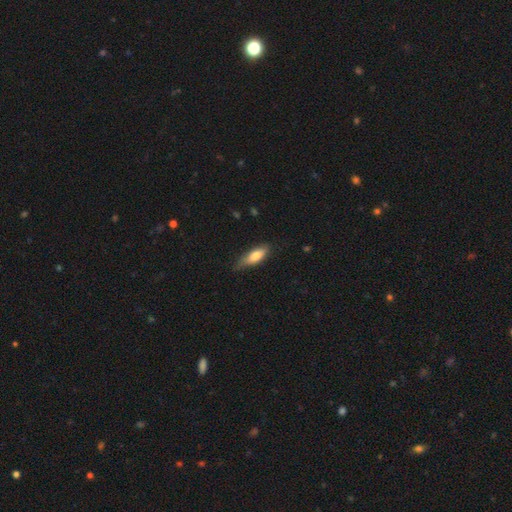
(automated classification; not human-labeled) smooth_or_featured: smooth (p=0.74) [alt: featured or disk p=0.20]
how_rounded: in between (p=0.60) [alt: cigar-shaped p=0.37]
merging: none (p=0.62) [alt: minor disturbance p=0.31]